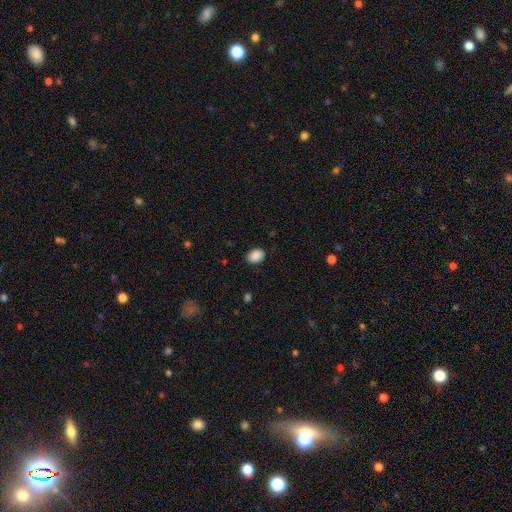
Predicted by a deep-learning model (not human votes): A smooth galaxy with no disk features (89%) that is in between round and cigar-shaped (70%).

Vote fractions:
- Smooth or featured? smooth: 89% / star or artifact: 8% / featured or disk: 3%
- How rounded? in between: 70% / round: 29% / cigar-shaped: 1%
- Merging? none: 86% / minor disturbance: 11% / major disturbance: 2% / merger: 1%